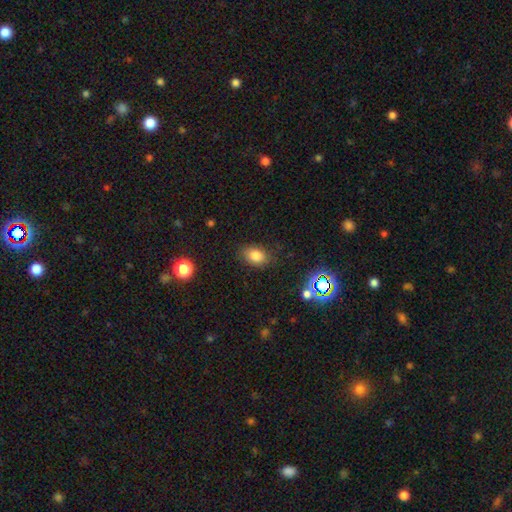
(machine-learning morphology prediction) Overall: smooth (80%). How rounded: in between (78%). Merging: none (81%).